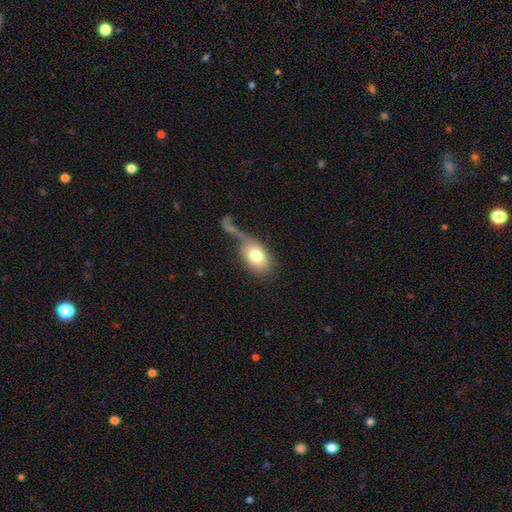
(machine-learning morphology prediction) smooth 76%, featured or disk 17%, star or artifact 7%. Down the decision tree: how rounded — in between (81%); merging — major disturbance (31%).